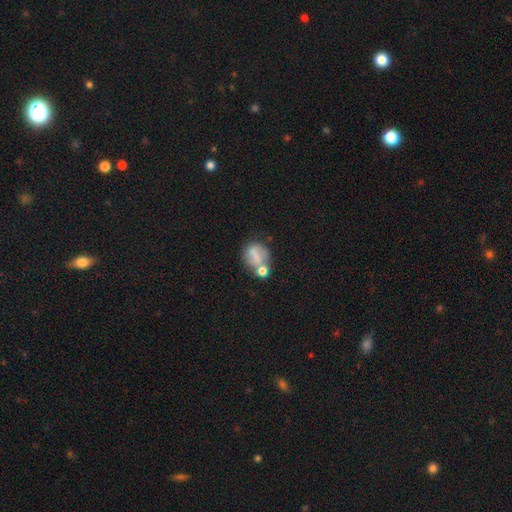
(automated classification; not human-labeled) This is possibly a smooth galaxy (59%). How rounded: possibly round (57%). Merging: marginally none (40%).